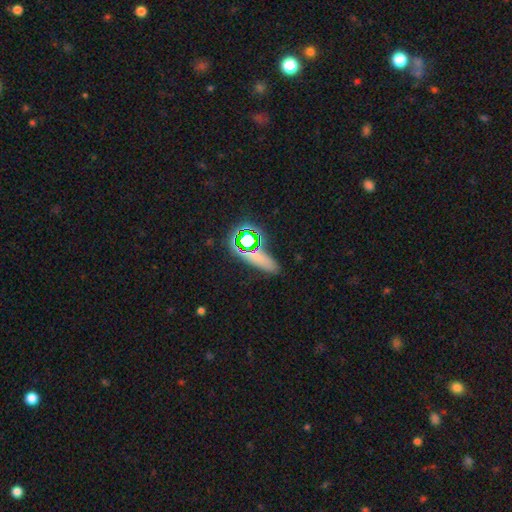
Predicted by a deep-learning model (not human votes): Smooth or featured? Predicted: smooth (p=0.48). Merging? Predicted: none (p=0.73).